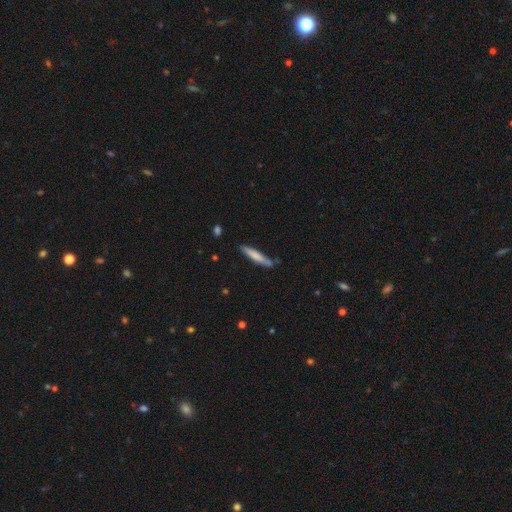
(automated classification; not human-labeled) Q: Smooth or featured?
A: smooth (69%); runner-up: featured or disk (26%)
Q: How rounded?
A: cigar-shaped (93%); runner-up: in between (6%)
Q: Merging?
A: none (75%); runner-up: minor disturbance (18%)